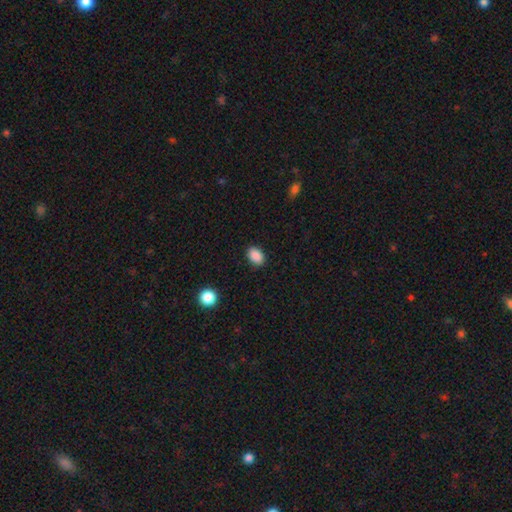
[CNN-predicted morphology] smooth 89%, star or artifact 8%, featured or disk 3%. Down the decision tree: how rounded — in between (81%); merging — none (89%).